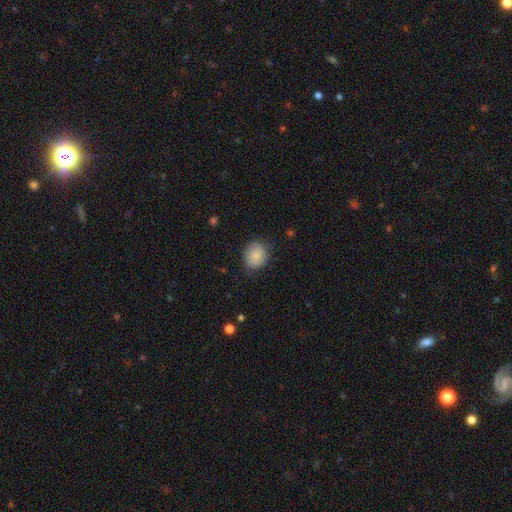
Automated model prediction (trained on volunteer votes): smooth-or-featured: smooth: 83% | featured or disk: 9% | star or artifact: 8%
  how-rounded: round: 71% | in between: 28% | cigar-shaped: 1%
  merging: none: 78% | minor disturbance: 17% | major disturbance: 4% | merger: 1%